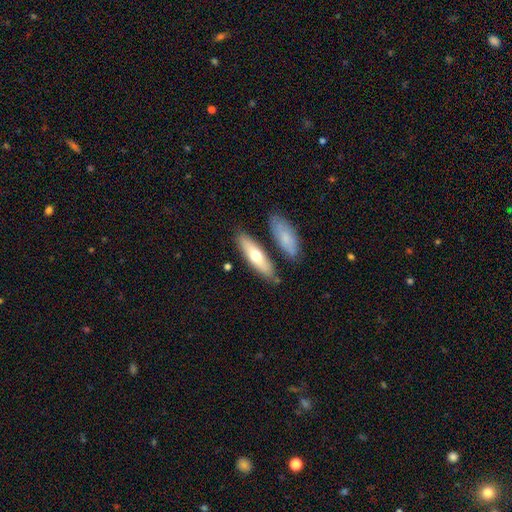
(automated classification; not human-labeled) A smooth galaxy with no disk features (63%) that is cigar-shaped (53%).

Vote fractions:
- Smooth or featured? smooth: 63% / featured or disk: 32% / star or artifact: 5%
- How rounded? cigar-shaped: 53% / in between: 45% / round: 2%
- Merging? none: 77% / minor disturbance: 12% / merger: 8% / major disturbance: 3%